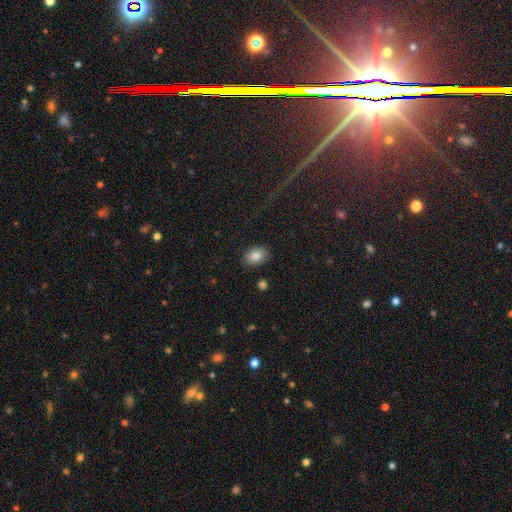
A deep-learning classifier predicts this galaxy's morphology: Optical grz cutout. It shows a smooth galaxy with no disk features (86%) that is in between round and cigar-shaped (78%). Merging: none (86%).